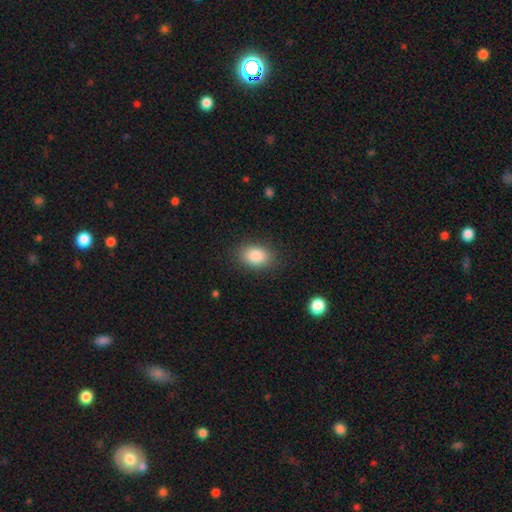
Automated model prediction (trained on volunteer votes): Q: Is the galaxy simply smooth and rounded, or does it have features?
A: smooth — 87%.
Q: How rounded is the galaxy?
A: in between — 80%.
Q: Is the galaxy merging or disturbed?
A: none — 86%.